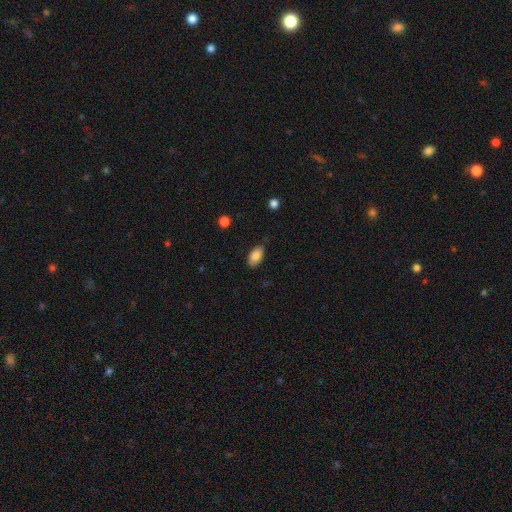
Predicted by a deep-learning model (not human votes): This appears to be a smooth galaxy with no disk features (84%) that is in between round and cigar-shaped (94%). Merging: none (79%).